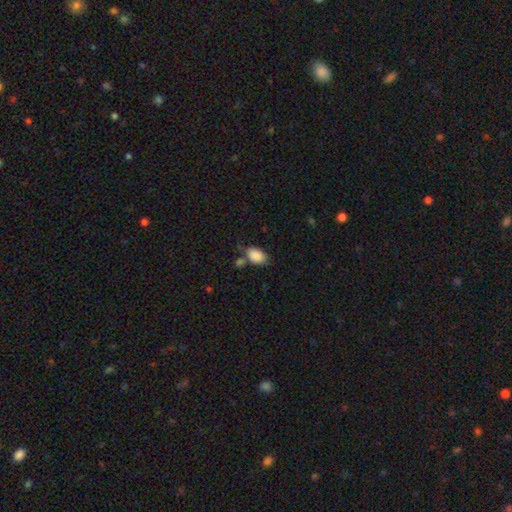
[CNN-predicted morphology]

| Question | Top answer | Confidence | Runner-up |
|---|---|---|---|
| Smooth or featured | smooth | 88% | star or artifact (7%) |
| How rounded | in between | 87% | round (12%) |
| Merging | none | 61% | minor disturbance (18%) |